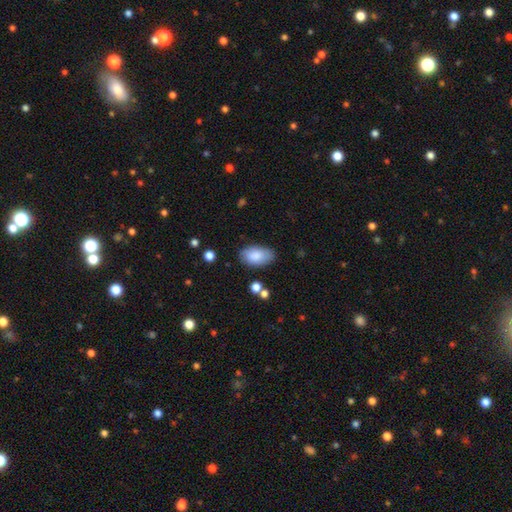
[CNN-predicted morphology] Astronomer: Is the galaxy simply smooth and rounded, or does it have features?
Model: smooth — 84%.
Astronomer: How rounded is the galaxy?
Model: in between — 94%.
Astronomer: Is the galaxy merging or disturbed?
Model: none — 77%.